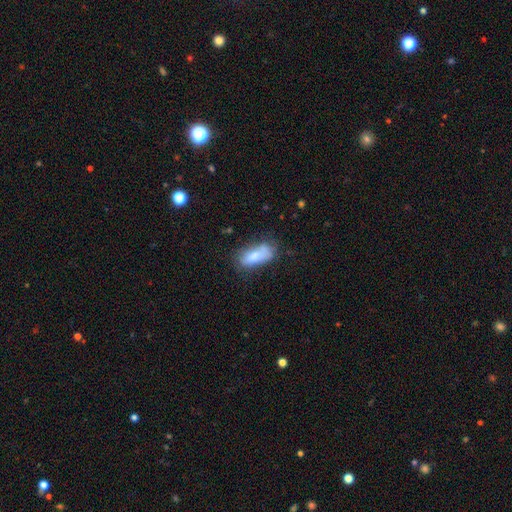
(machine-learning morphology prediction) A smooth galaxy with no disk features (75%) that is in between round and cigar-shaped (84%).

Vote fractions:
- Smooth or featured? smooth: 75% / featured or disk: 17% / star or artifact: 8%
- How rounded? in between: 84% / cigar-shaped: 14% / round: 3%
- Merging? none: 49% / minor disturbance: 28% / major disturbance: 13% / merger: 10%